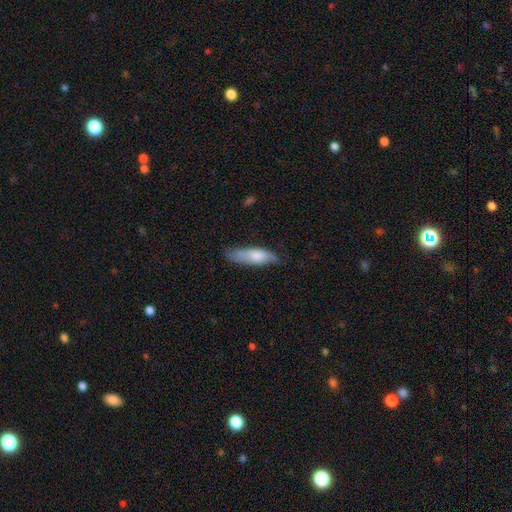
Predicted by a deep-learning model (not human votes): Smooth or featured: smooth — 73% (featured or disk — 22%)
How rounded: cigar-shaped — 52% (in between — 46%)
Merging: none — 62% (minor disturbance — 30%)